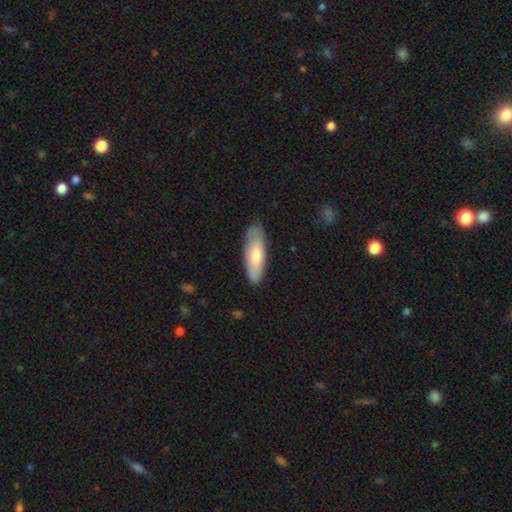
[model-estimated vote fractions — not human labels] Smooth or featured? smooth (68%)
How rounded? in between (57%)
Merging? none (82%)